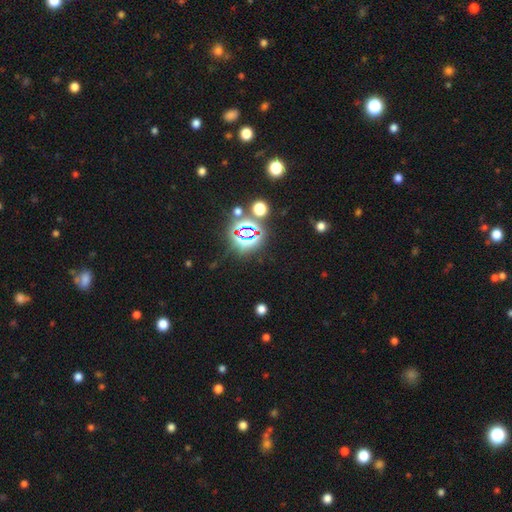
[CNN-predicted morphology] star or artifact 79%, smooth 14%, featured or disk 7%.